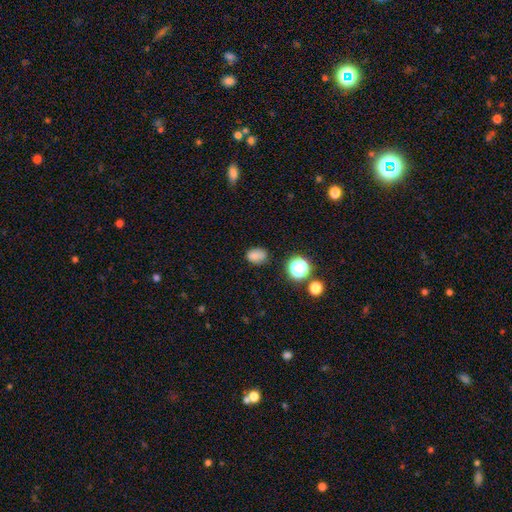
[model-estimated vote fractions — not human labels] Smooth or featured?
  - smooth: 77% *
  - star or artifact: 16%
  - featured or disk: 7%
How rounded?
  - in between: 65% *
  - round: 34%
  - cigar-shaped: 1%
Merging?
  - none: 71% *
  - minor disturbance: 20%
  - major disturbance: 5%
  - merger: 3%